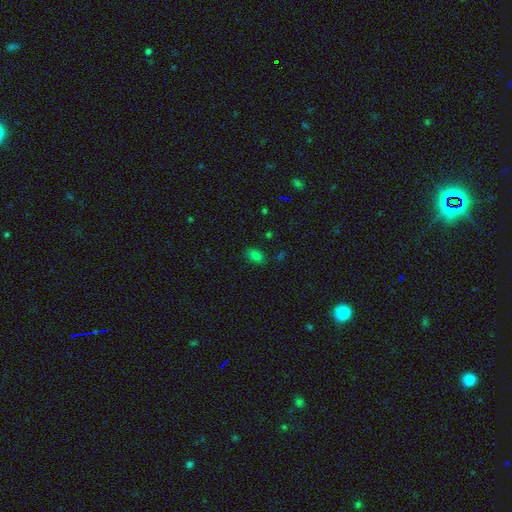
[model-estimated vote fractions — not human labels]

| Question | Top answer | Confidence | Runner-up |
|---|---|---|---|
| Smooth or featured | smooth | 77% | star or artifact (17%) |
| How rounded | in between | 85% | round (13%) |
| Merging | none | 80% | minor disturbance (14%) |